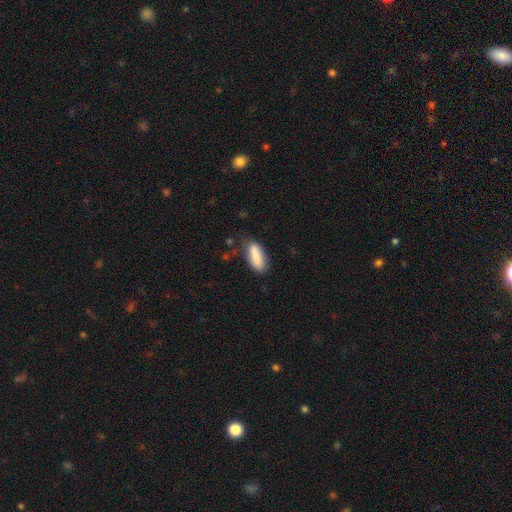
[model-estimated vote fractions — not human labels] A smooth galaxy with no disk features (85%) that is in between round and cigar-shaped (70%).

Vote fractions:
- Smooth or featured? smooth: 85% / featured or disk: 9% / star or artifact: 7%
- How rounded? in between: 70% / cigar-shaped: 28% / round: 2%
- Merging? none: 71% / minor disturbance: 21% / major disturbance: 5% / merger: 3%